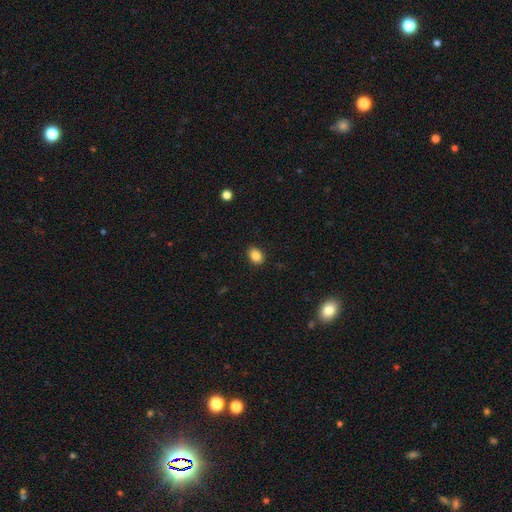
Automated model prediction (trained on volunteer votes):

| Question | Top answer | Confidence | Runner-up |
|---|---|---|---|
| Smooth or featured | smooth | 86% | star or artifact (9%) |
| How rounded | in between | 68% | round (31%) |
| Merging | none | 89% | minor disturbance (8%) |